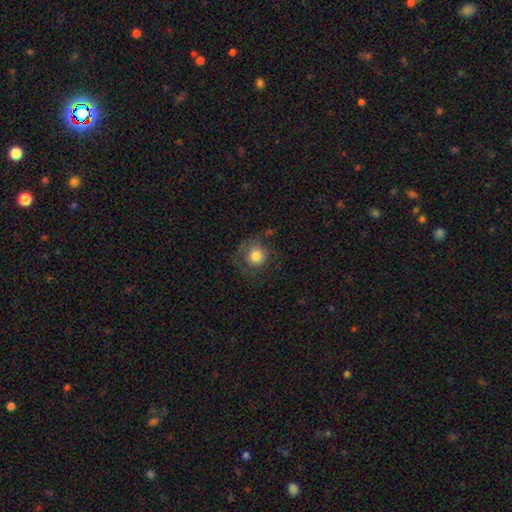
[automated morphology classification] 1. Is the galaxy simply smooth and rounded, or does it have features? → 74% smooth, 17% featured or disk, 9% star or artifact.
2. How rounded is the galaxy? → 91% round, 8% in between, 1% cigar-shaped.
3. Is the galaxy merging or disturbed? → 62% none, 19% minor disturbance, 16% major disturbance, 2% merger.